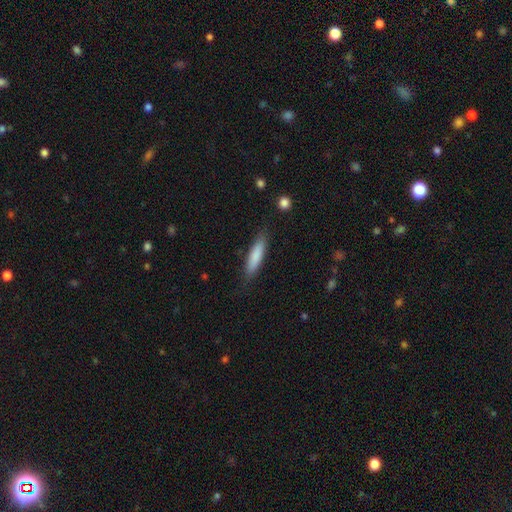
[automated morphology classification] Smooth or featured: smooth — 82% (featured or disk — 12%)
How rounded: cigar-shaped — 77% (in between — 22%)
Merging: none — 84% (minor disturbance — 12%)